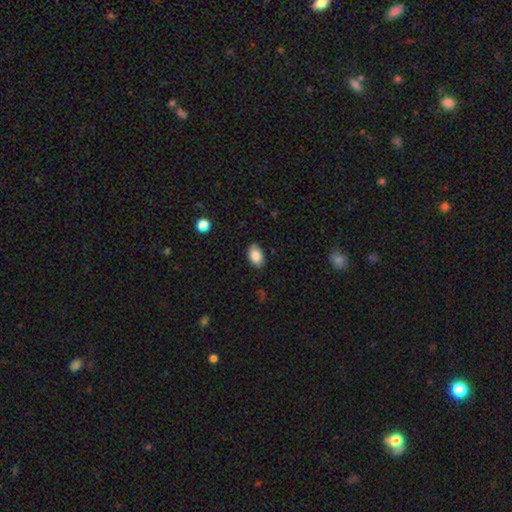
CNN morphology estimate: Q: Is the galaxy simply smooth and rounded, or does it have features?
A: smooth — 87%.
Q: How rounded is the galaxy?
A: in between — 91%.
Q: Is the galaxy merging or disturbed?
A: none — 85%.